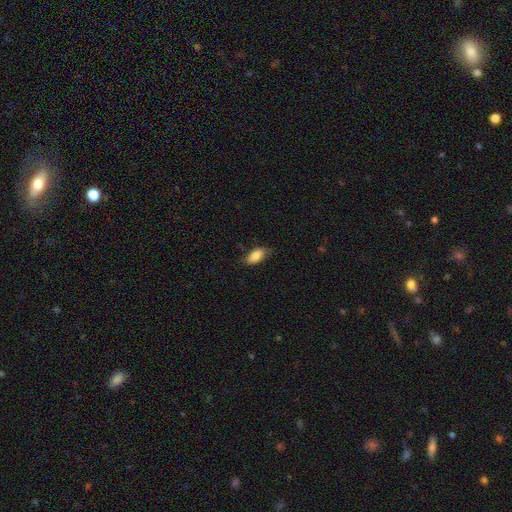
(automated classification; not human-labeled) A smooth galaxy with no disk features (85%) that is in between round and cigar-shaped (90%).

Vote fractions:
- Smooth or featured? smooth: 85% / featured or disk: 8% / star or artifact: 7%
- How rounded? in between: 90% / cigar-shaped: 8% / round: 3%
- Merging? none: 71% / minor disturbance: 24% / major disturbance: 5% / merger: 1%